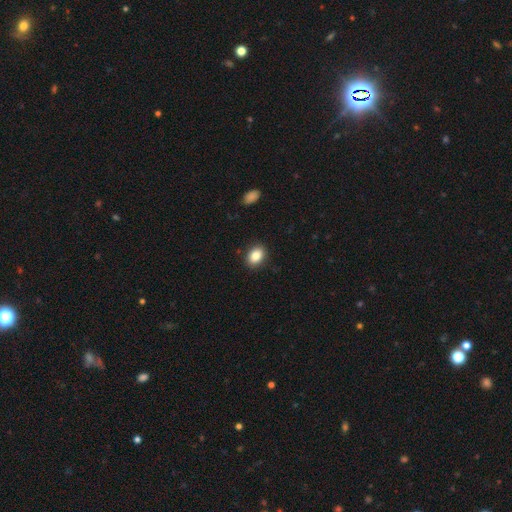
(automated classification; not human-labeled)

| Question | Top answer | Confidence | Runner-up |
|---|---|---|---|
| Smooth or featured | smooth | 85% | star or artifact (8%) |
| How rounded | in between | 73% | round (26%) |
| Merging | none | 89% | minor disturbance (8%) |